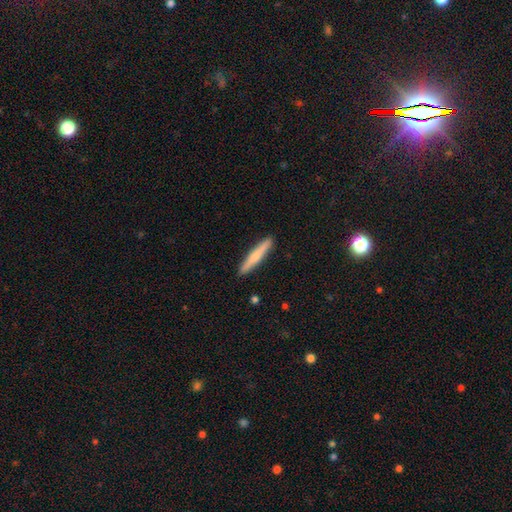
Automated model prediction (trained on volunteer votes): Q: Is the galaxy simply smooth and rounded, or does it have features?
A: smooth — 66%.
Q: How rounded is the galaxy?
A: cigar-shaped — 94%.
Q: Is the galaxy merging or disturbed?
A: none — 91%.